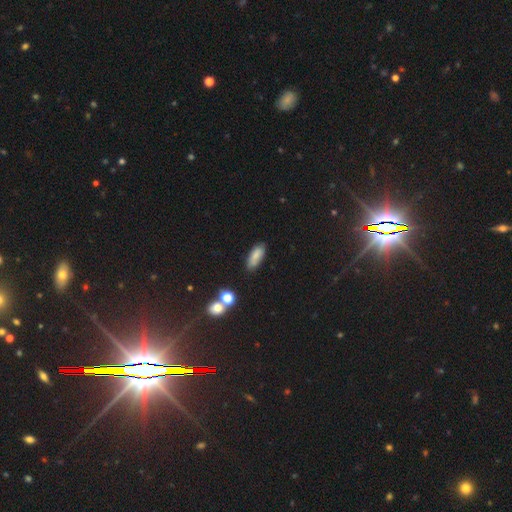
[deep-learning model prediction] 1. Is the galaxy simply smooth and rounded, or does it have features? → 78% smooth, 12% featured or disk, 9% star or artifact.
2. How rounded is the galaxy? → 74% in between, 23% cigar-shaped, 3% round.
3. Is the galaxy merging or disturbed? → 75% none, 17% minor disturbance, 4% merger, 4% major disturbance.